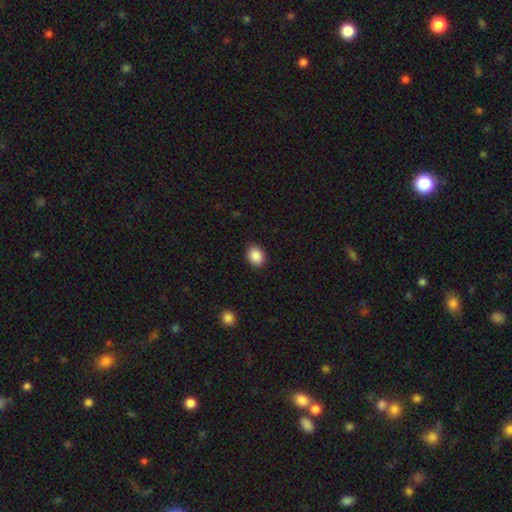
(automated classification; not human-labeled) A smooth galaxy with no disk features (88%) that is in between round and cigar-shaped (59%).

Vote fractions:
- Smooth or featured? smooth: 88% / star or artifact: 8% / featured or disk: 3%
- How rounded? in between: 59% / round: 40% / cigar-shaped: 1%
- Merging? none: 89% / minor disturbance: 8% / major disturbance: 2% / merger: 1%